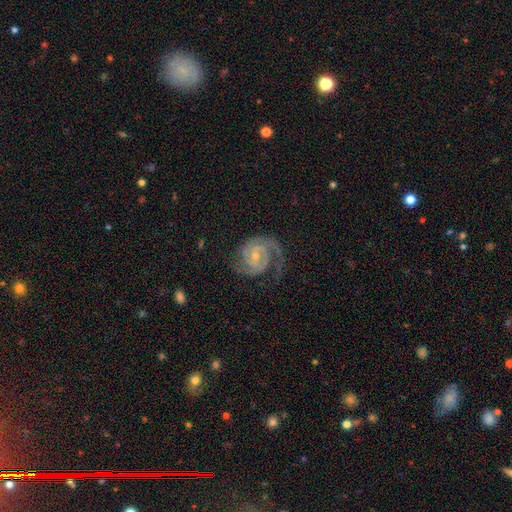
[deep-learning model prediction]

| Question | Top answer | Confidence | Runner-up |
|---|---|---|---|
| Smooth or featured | featured or disk | 92% | smooth (4%) |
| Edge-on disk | no | 98% | yes (2%) |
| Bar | no | 50% | weak (38%) |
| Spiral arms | yes | 98% | no (2%) |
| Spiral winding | tight | 62% | medium (33%) |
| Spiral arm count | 2 | 77% | 3 (10%) |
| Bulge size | small | 61% | moderate (35%) |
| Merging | none | 71% | minor disturbance (18%) |